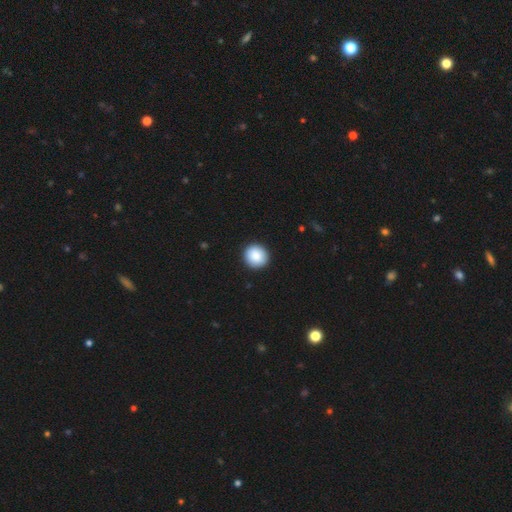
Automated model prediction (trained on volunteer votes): smooth-or-featured: smooth: 89% | star or artifact: 7% | featured or disk: 4%
  how-rounded: round: 94% | in between: 6% | cigar-shaped: 1%
  merging: none: 93% | minor disturbance: 5% | major disturbance: 1% | merger: 1%